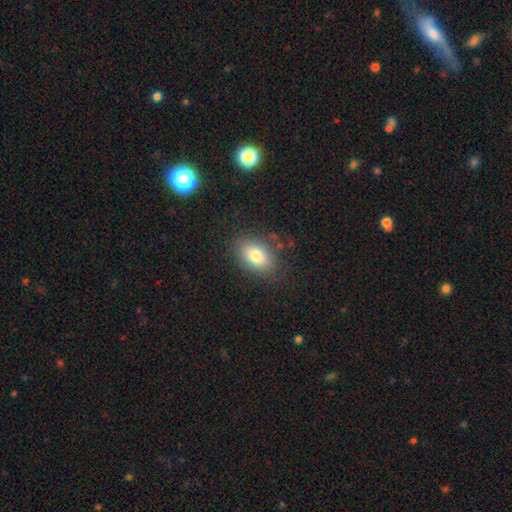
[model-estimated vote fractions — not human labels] Smooth or featured: smooth — 80% (featured or disk — 12%)
How rounded: in between — 85% (round — 13%)
Merging: none — 81% (minor disturbance — 13%)